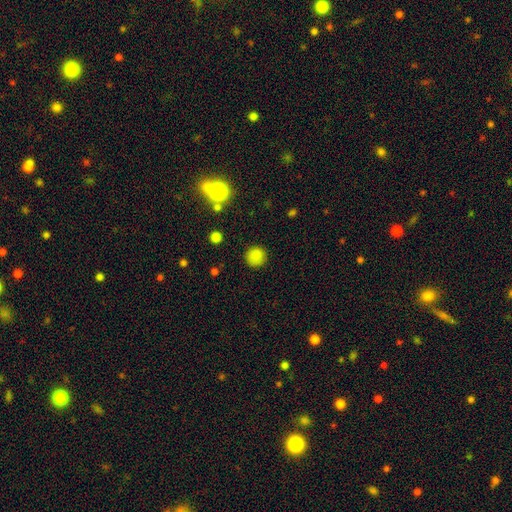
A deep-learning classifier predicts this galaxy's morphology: type=smooth (84%); roundness=round (94%); merging=none (89%).